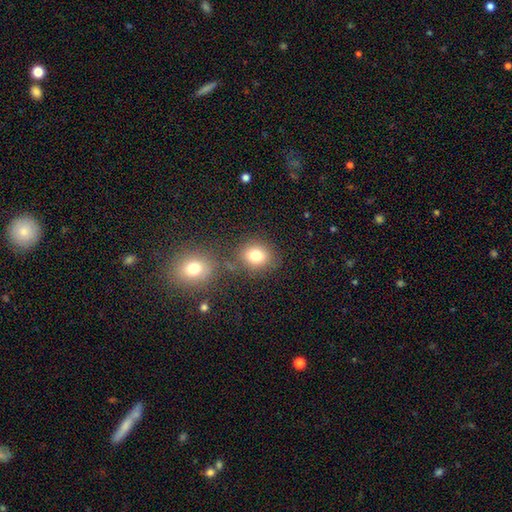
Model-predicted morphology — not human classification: This is clearly a smooth galaxy (80%). How rounded: likely round (62%). Merging: likely none (71%).